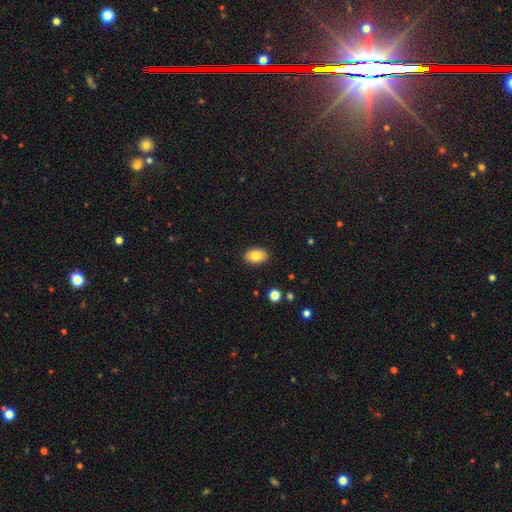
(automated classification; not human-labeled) Smooth or featured: smooth — 83% (featured or disk — 10%)
How rounded: in between — 90% (round — 9%)
Merging: none — 89% (minor disturbance — 8%)